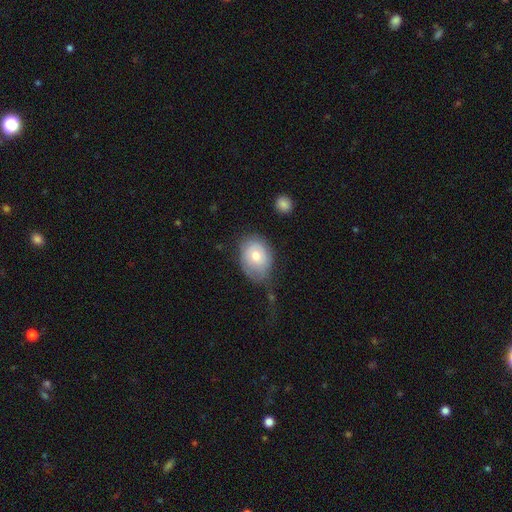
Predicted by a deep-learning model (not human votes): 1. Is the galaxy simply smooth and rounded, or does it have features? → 61% smooth, 31% featured or disk, 8% star or artifact.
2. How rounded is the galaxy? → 62% in between, 37% round, 1% cigar-shaped.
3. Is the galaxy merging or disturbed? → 47% none, 30% minor disturbance, 19% major disturbance, 4% merger.